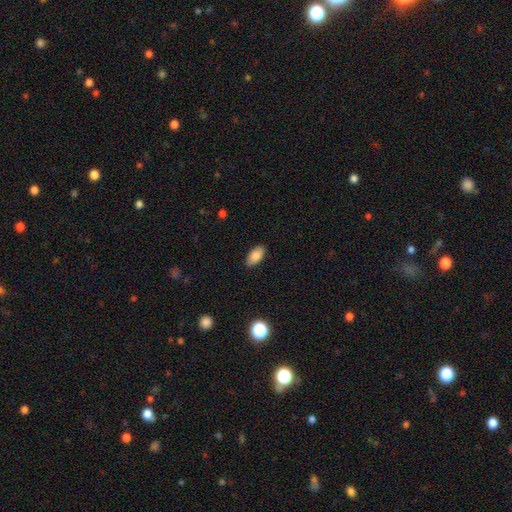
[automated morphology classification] Smooth or featured? smooth (84%)
How rounded? in between (93%)
Merging? none (87%)